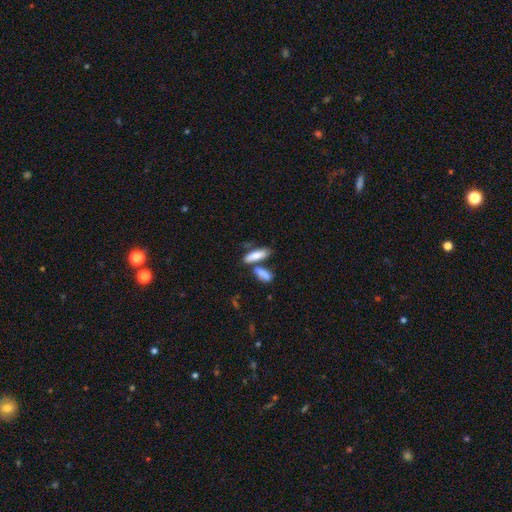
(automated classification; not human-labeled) Smooth or featured: smooth — 79% (featured or disk — 14%)
How rounded: in between — 51% (cigar-shaped — 47%)
Merging: none — 52% (merger — 29%)